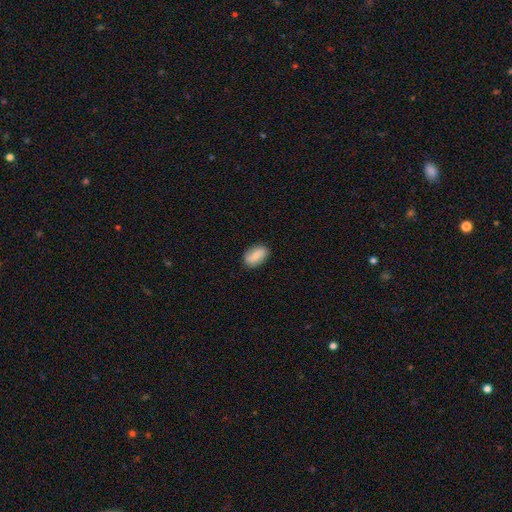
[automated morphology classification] A smooth galaxy with no disk features (76%) that is in between round and cigar-shaped (90%).

Vote fractions:
- Smooth or featured? smooth: 76% / featured or disk: 17% / star or artifact: 7%
- How rounded? in between: 90% / round: 7% / cigar-shaped: 3%
- Merging? none: 84% / minor disturbance: 12% / major disturbance: 2% / merger: 1%